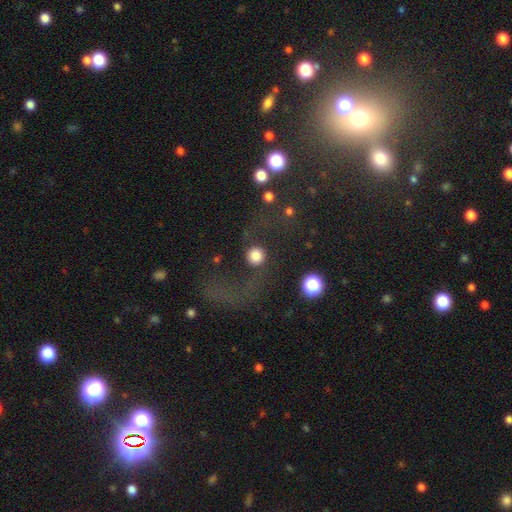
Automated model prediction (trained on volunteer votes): The model was most divided on "merging": none: 66%, major disturbance: 18%, minor disturbance: 11%, merger: 6%. More confident: how rounded — round (92%); smooth or featured — smooth (75%).